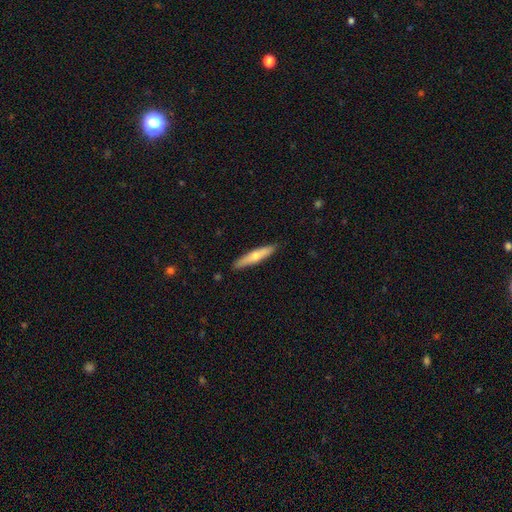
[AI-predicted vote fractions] This appears to be a smooth galaxy with no disk features (47%, tied with featured or disk). Merging: none (90%).